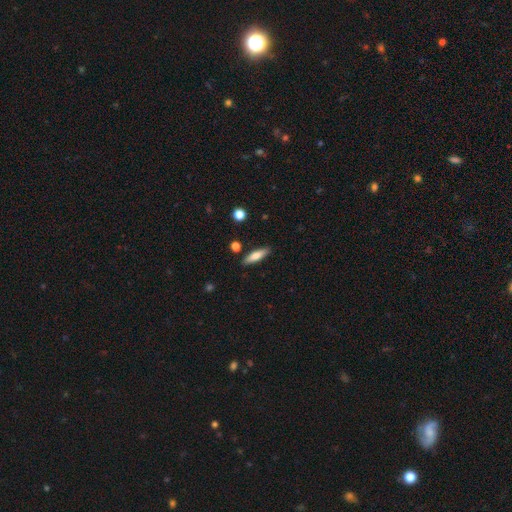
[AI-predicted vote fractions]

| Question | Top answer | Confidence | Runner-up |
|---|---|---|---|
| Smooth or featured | smooth | 70% | featured or disk (23%) |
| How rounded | cigar-shaped | 65% | in between (33%) |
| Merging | none | 87% | minor disturbance (9%) |